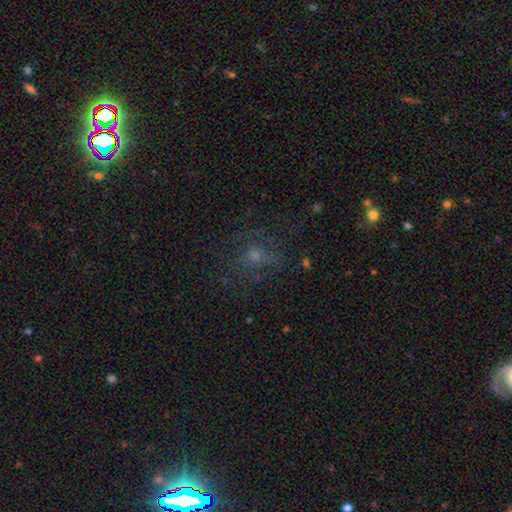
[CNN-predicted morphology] A smooth galaxy with no disk features (38%). Merging: none (59%).